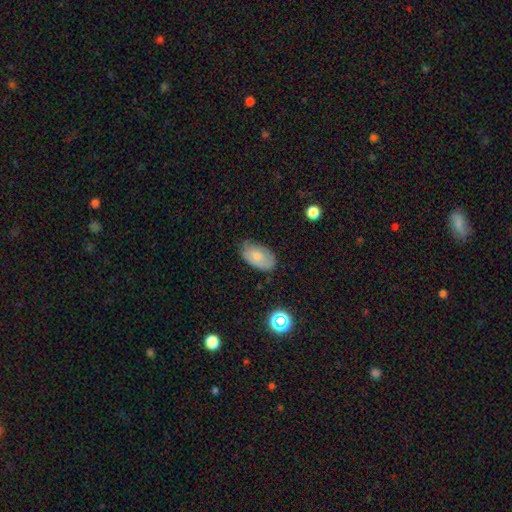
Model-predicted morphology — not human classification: smooth 71%, featured or disk 21%, star or artifact 9%. Down the decision tree: how rounded — in between (92%); merging — none (73%).